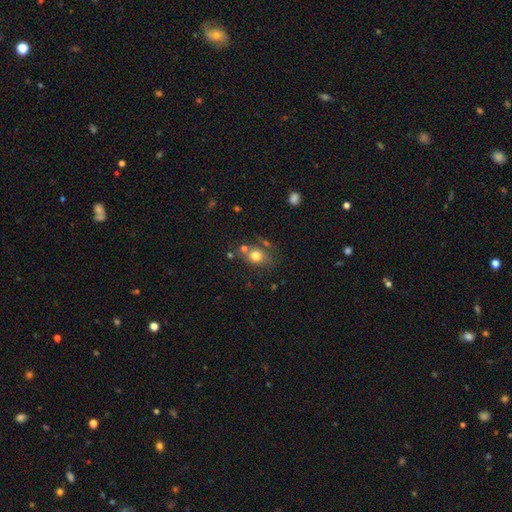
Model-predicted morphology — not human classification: Smooth or featured? smooth (74%)
How rounded? round (55%)
Merging? none (56%)